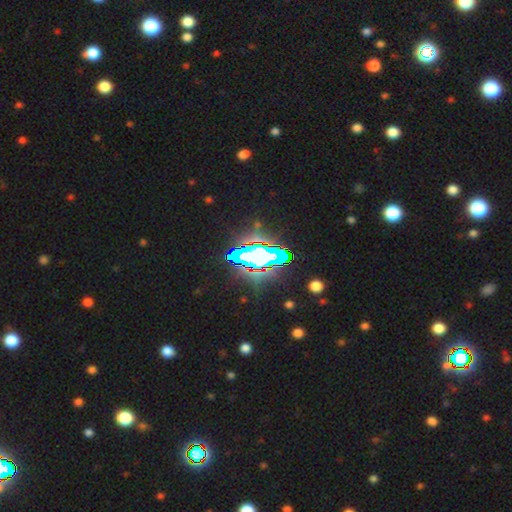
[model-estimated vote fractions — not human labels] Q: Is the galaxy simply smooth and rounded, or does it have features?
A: star or artifact — 71%.